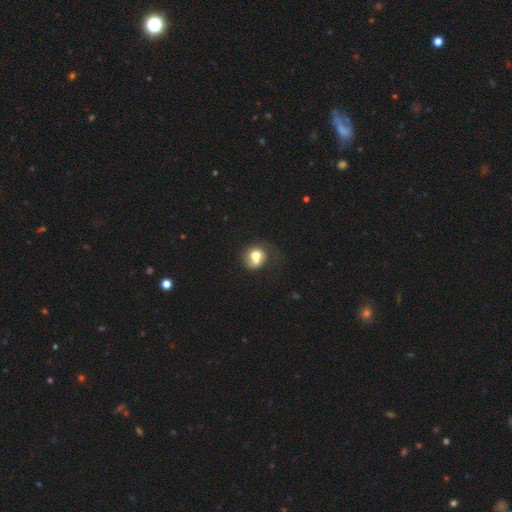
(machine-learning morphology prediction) Smooth or featured? smooth (64%)
How rounded? round (72%)
Merging? merger (35%)